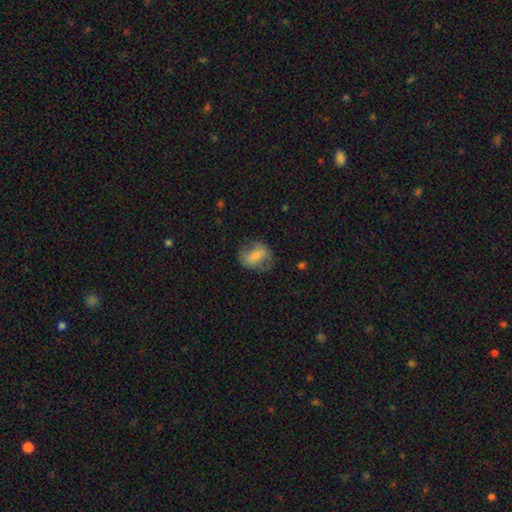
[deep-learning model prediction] This is likely a smooth galaxy (62%). How rounded: possibly in between (52%). Merging: likely none (67%).